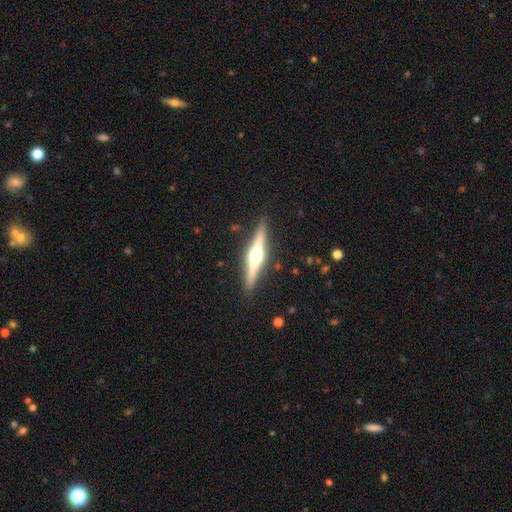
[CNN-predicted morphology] featured or disk 73%, smooth 22%, star or artifact 5%. Down the decision tree: edge-on disk — yes (98%); edge-on bulge — rounded (91%); merging — none (89%).